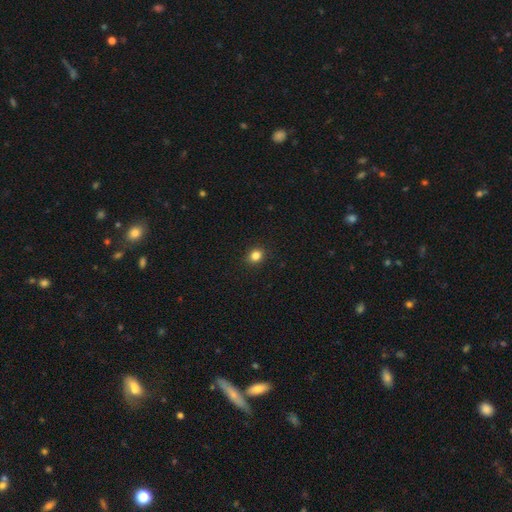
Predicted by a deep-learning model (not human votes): Overall: smooth (84%). How rounded: round (70%). Merging: none (91%).